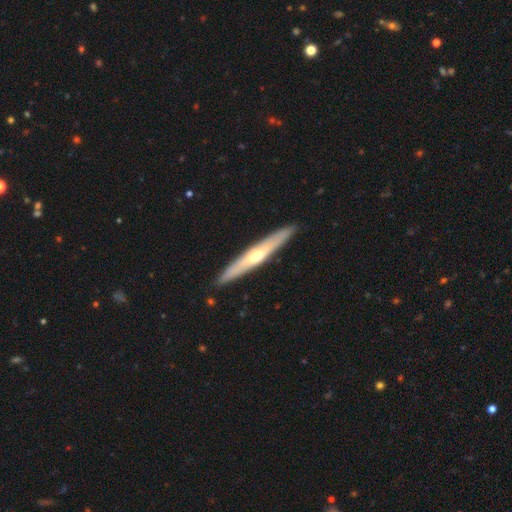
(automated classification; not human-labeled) A featured or disk galaxy (58%) viewed edge-on (92%) with a rounded central bulge (81%).

Vote fractions:
- Smooth or featured? featured or disk: 58% / smooth: 37% / star or artifact: 5%
- Edge-on disk? yes: 92% / no: 8%
- Edge-on bulge? rounded: 81% / none: 16% / boxy: 3%
- Merging? none: 91% / minor disturbance: 7% / major disturbance: 1% / merger: 1%